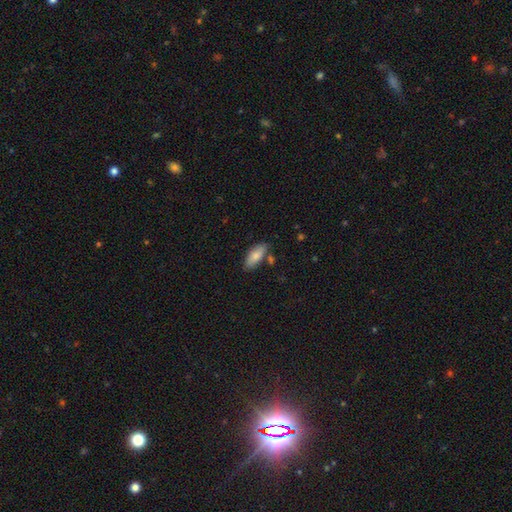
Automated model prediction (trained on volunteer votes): smooth-or-featured: smooth: 81% | featured or disk: 13% | star or artifact: 6%
  how-rounded: in between: 82% | cigar-shaped: 16% | round: 2%
  merging: none: 75% | minor disturbance: 15% | merger: 6% | major disturbance: 3%